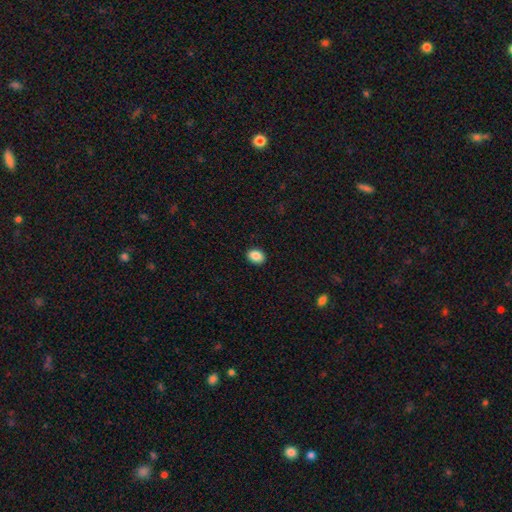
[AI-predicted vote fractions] Smooth or featured? Predicted: smooth (p=0.88). How rounded? Predicted: in between (p=0.68). Merging? Predicted: none (p=0.91).